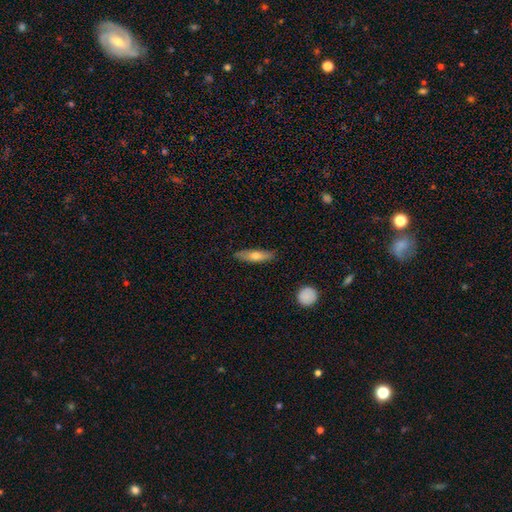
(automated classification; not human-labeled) This is likely a smooth galaxy (60%). How rounded: likely cigar-shaped (70%). Merging: clearly none (84%).